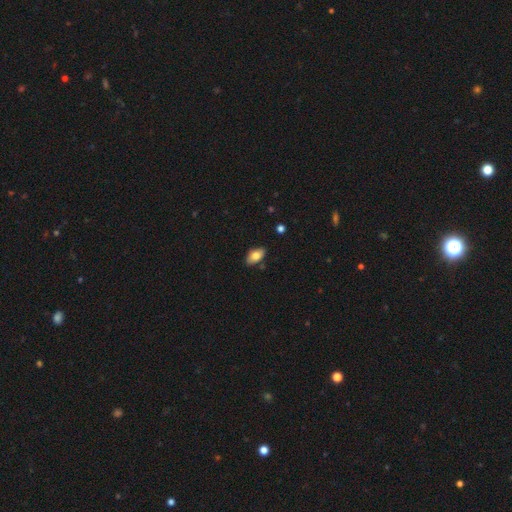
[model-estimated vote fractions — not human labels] smooth_or_featured: smooth (p=0.78) [alt: featured or disk p=0.15]
how_rounded: in between (p=0.93) [alt: round p=0.04]
merging: none (p=0.85) [alt: minor disturbance p=0.11]